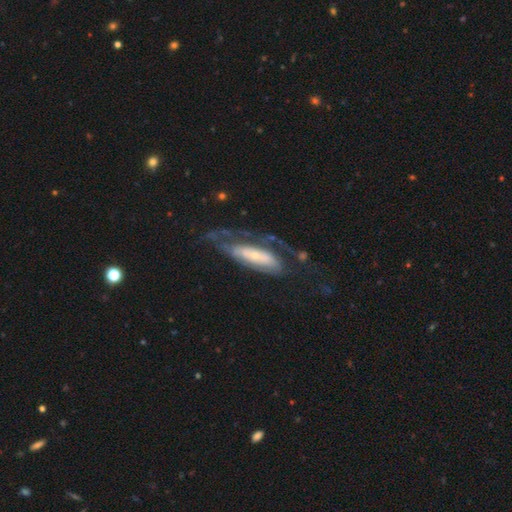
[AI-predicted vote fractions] This appears to be a featured or disk galaxy (68%) with no bar (60%), spiral arms (69%) and a small central bulge (63%). Merging: major disturbance (39%).